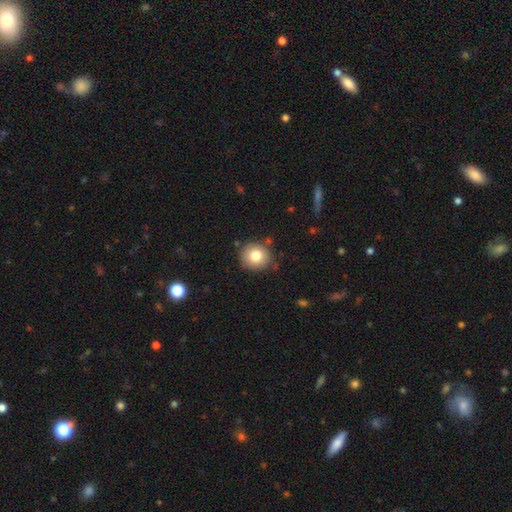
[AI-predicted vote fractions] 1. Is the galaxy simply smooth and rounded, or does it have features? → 78% smooth, 11% featured or disk, 11% star or artifact.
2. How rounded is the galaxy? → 89% round, 10% in between, 1% cigar-shaped.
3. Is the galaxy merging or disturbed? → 83% none, 11% minor disturbance, 3% major disturbance, 3% merger.